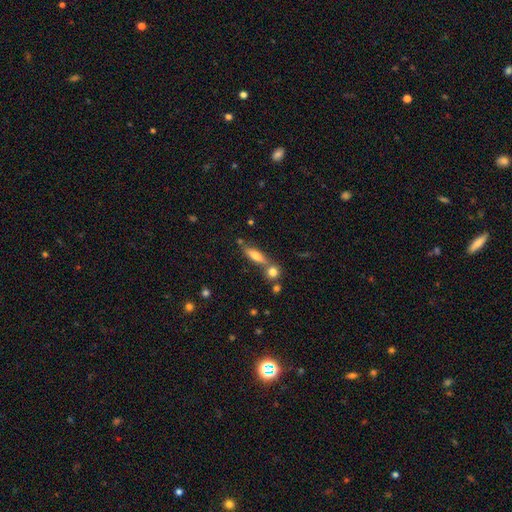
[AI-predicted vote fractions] Smooth or featured? smooth (59%)
How rounded? cigar-shaped (60%)
Merging? none (61%)